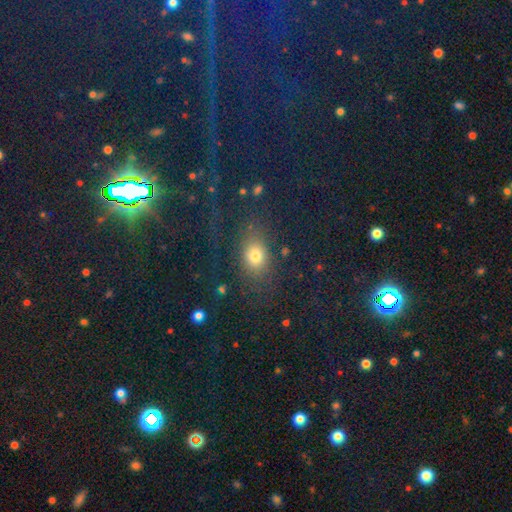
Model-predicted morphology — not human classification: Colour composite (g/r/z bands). It shows a smooth galaxy with no disk features (66%) that is in between round and cigar-shaped (58%). Merging: none (62%).